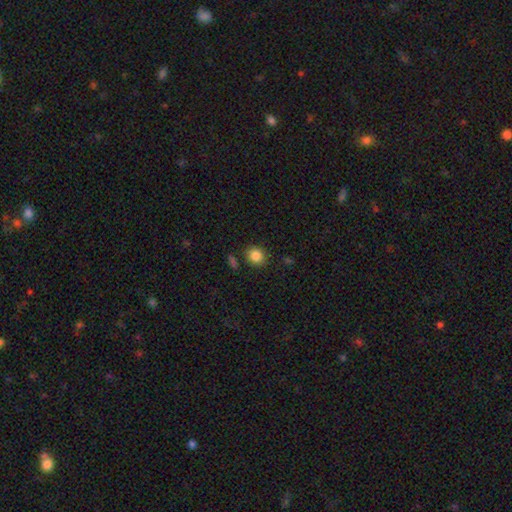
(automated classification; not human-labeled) Overall: smooth (85%). How rounded: round (73%). Merging: none (85%).